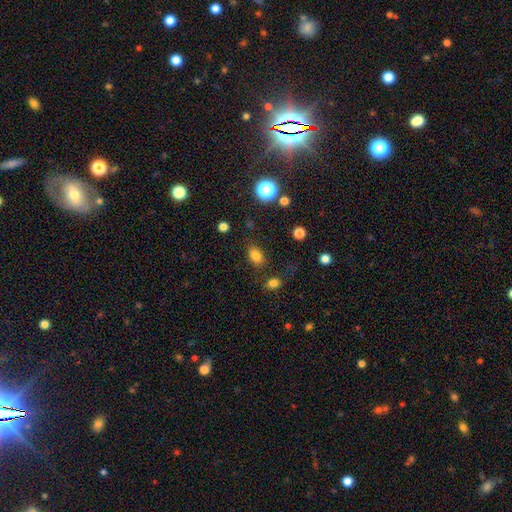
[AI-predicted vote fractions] smooth-or-featured: smooth: 82% | star or artifact: 13% | featured or disk: 5%
  how-rounded: in between: 76% | round: 23% | cigar-shaped: 1%
  merging: none: 78% | minor disturbance: 13% | major disturbance: 5% | merger: 4%